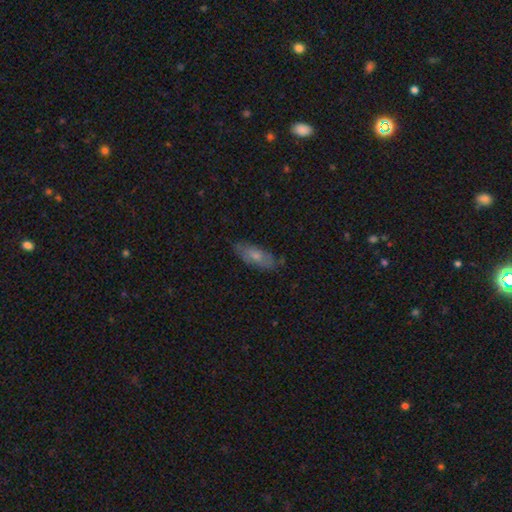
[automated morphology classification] smooth 64%, featured or disk 29%, star or artifact 7%. Down the decision tree: how rounded — in between (71%); merging — none (74%).